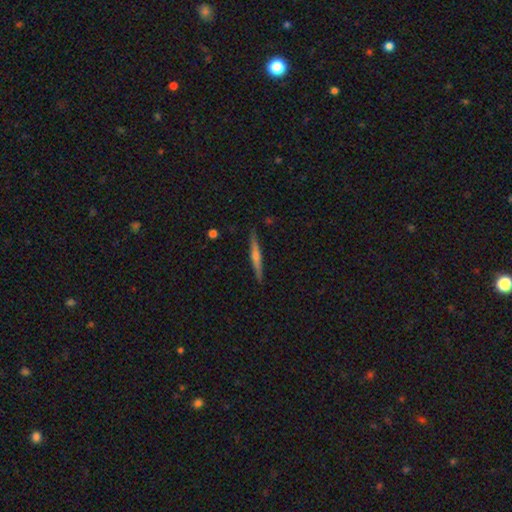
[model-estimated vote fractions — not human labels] Overall: featured or disk (62%; smooth 32%). Edge-on disk: yes (98%). Edge-on bulge: rounded (67%). Merging: none (90%).